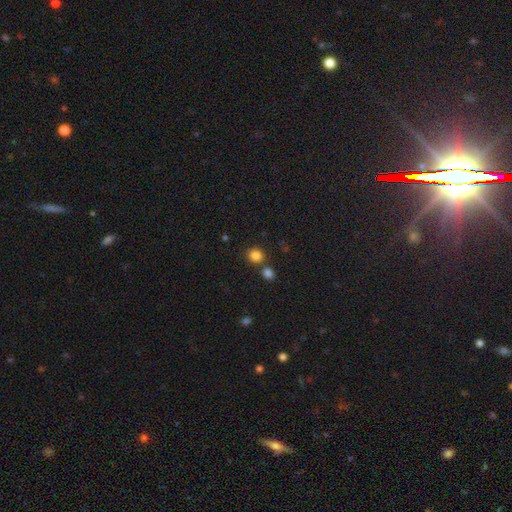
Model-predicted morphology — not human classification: A smooth galaxy with no disk features (84%) that is round (86%). Merging: none (72%).